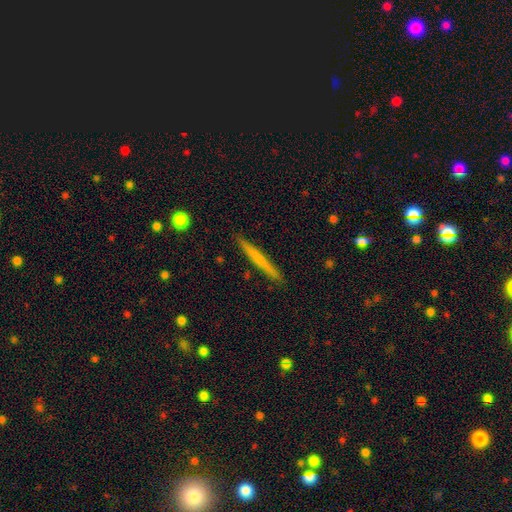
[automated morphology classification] This is possibly a smooth galaxy (57%). How rounded: clearly cigar-shaped (96%). Merging: clearly none (91%).